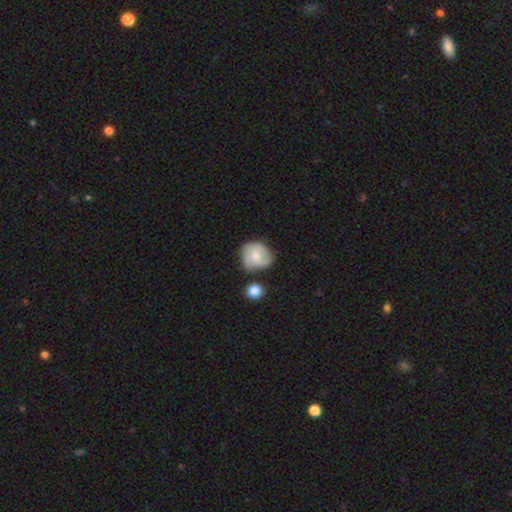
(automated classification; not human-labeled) A featured or disk galaxy (54%) with no bar (71%), spiral arms (84%) and a small central bulge (47%, tied with moderate). Merging: none (55%).